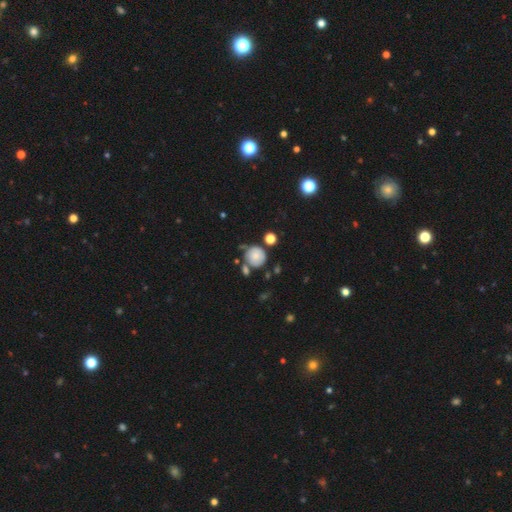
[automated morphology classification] Smooth or featured? smooth (69%)
How rounded? round (89%)
Merging? none (60%)